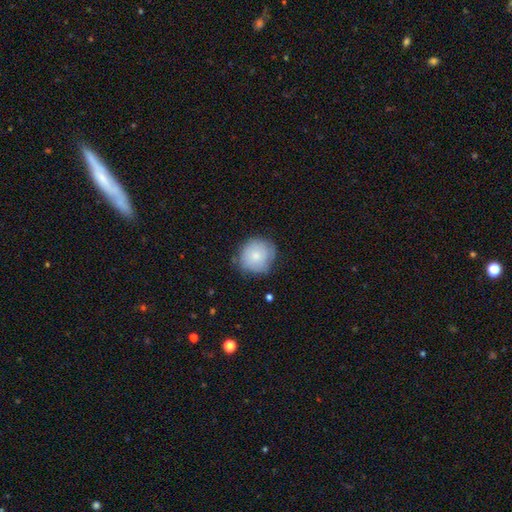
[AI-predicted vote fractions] A smooth galaxy with no disk features (72%) that is round (89%). Merging: none (69%).